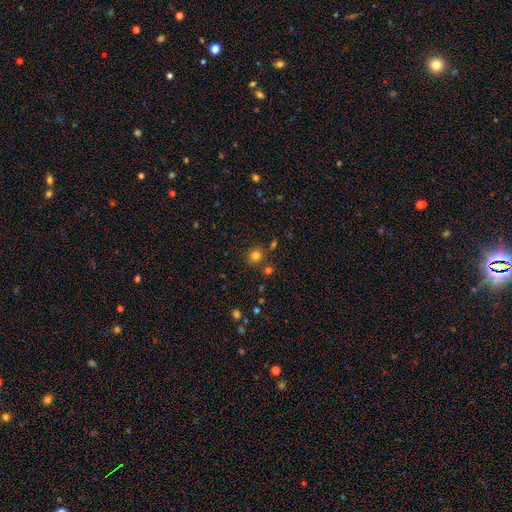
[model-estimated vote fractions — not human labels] Smooth or featured?
  - smooth: 78% *
  - star or artifact: 15%
  - featured or disk: 7%
How rounded?
  - round: 86% *
  - in between: 14%
  - cigar-shaped: 1%
Merging?
  - none: 78% *
  - minor disturbance: 10%
  - merger: 8%
  - major disturbance: 3%